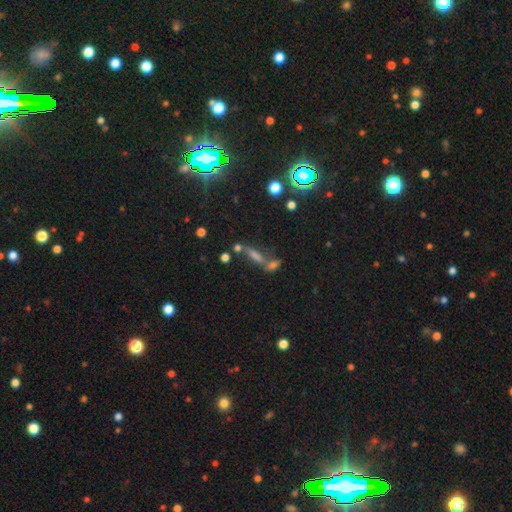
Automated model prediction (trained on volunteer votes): Smooth or featured?
  - smooth: 37% *
  - star or artifact: 36%
  - featured or disk: 28%
Merging?
  - merger: 42% *
  - none: 39%
  - minor disturbance: 11%
  - major disturbance: 8%